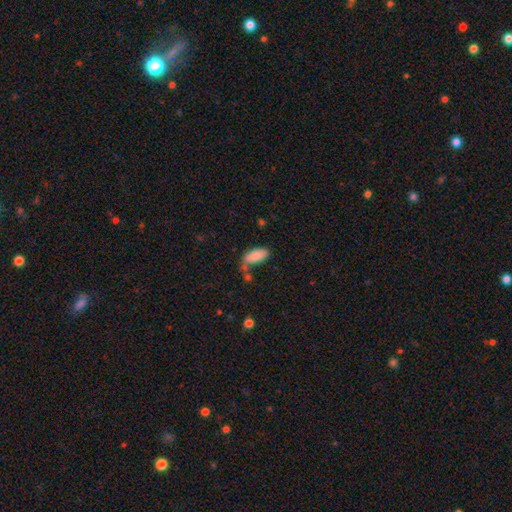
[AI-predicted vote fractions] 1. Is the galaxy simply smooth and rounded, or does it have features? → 86% smooth, 7% star or artifact, 7% featured or disk.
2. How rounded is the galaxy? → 89% in between, 9% cigar-shaped, 2% round.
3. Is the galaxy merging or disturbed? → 53% none, 22% minor disturbance, 15% merger, 9% major disturbance.